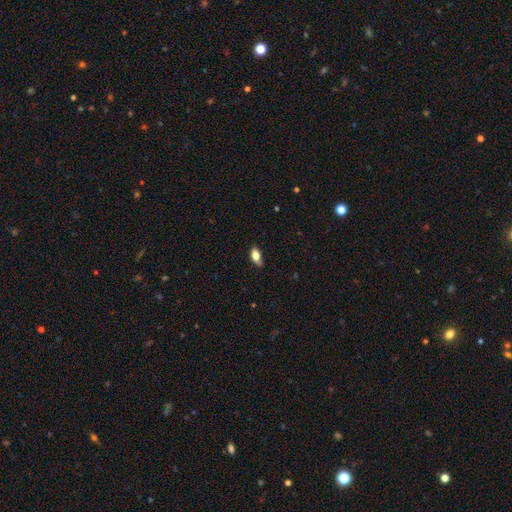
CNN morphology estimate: smooth 72%, featured or disk 20%, star or artifact 8%. Down the decision tree: how rounded — in between (84%); merging — none (63%).